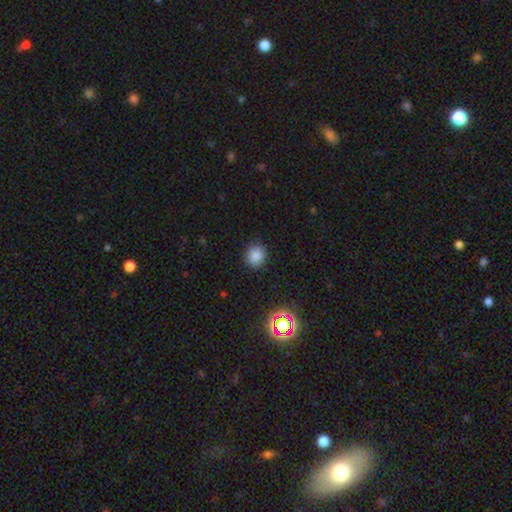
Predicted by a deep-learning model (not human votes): Smooth or featured? Predicted: smooth (p=0.83). How rounded? Predicted: round (p=0.83). Merging? Predicted: none (p=0.89).